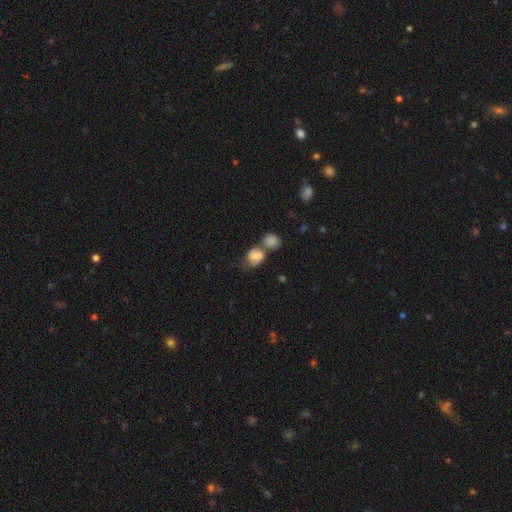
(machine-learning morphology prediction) Smooth or featured: smooth — 79% (featured or disk — 13%)
How rounded: in between — 53% (round — 45%)
Merging: merger — 54% (none — 25%)